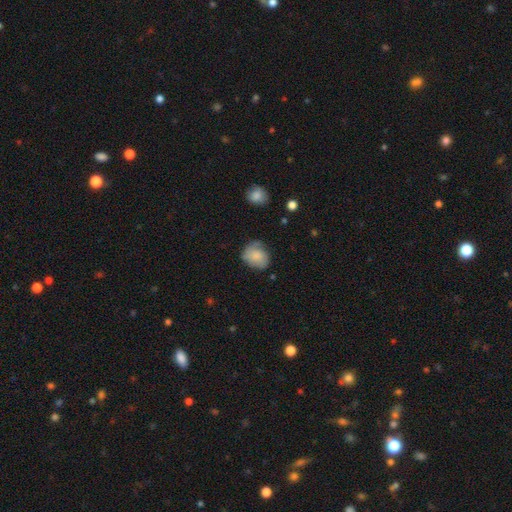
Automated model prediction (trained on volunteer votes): smooth-or-featured: smooth: 74% | featured or disk: 19% | star or artifact: 7%
  how-rounded: round: 58% | in between: 41% | cigar-shaped: 1%
  merging: none: 58% | minor disturbance: 30% | major disturbance: 9% | merger: 2%